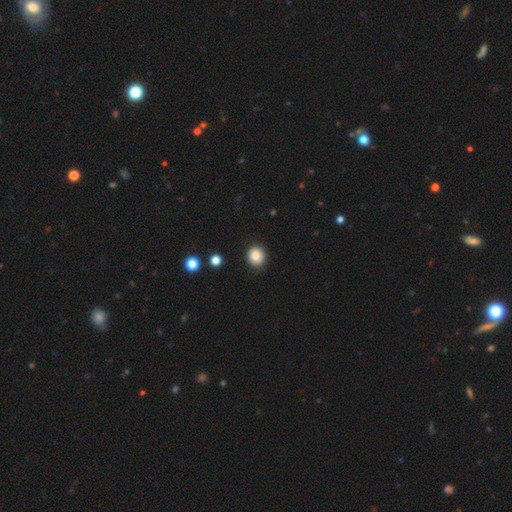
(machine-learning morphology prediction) Smooth or featured?
  - smooth: 87% *
  - star or artifact: 10%
  - featured or disk: 3%
How rounded?
  - round: 86% *
  - in between: 13%
  - cigar-shaped: 1%
Merging?
  - none: 90% *
  - minor disturbance: 6%
  - major disturbance: 2%
  - merger: 1%